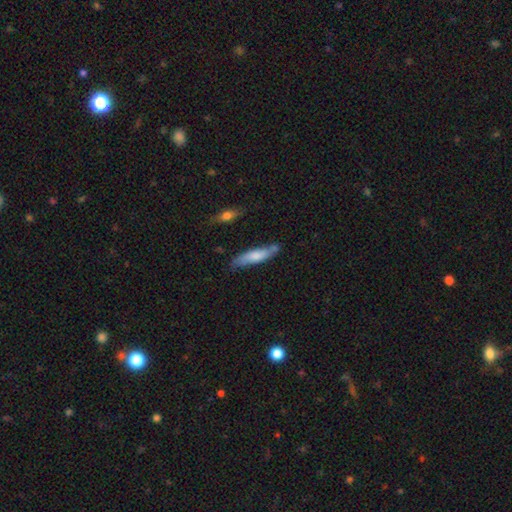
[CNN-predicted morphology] Overall: smooth (68%). How rounded: cigar-shaped (78%). Merging: none (70%).